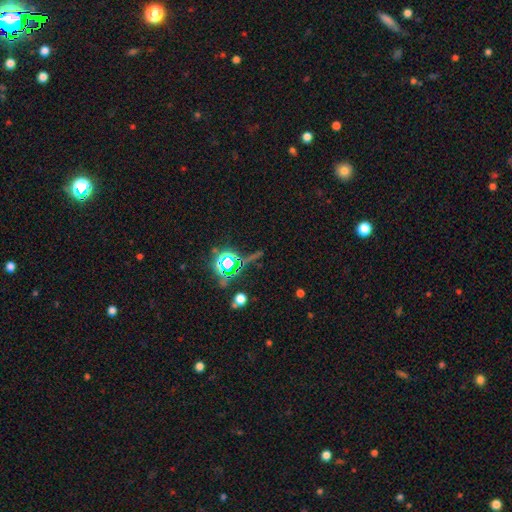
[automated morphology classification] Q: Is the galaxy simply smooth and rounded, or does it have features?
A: star or artifact — 74%.